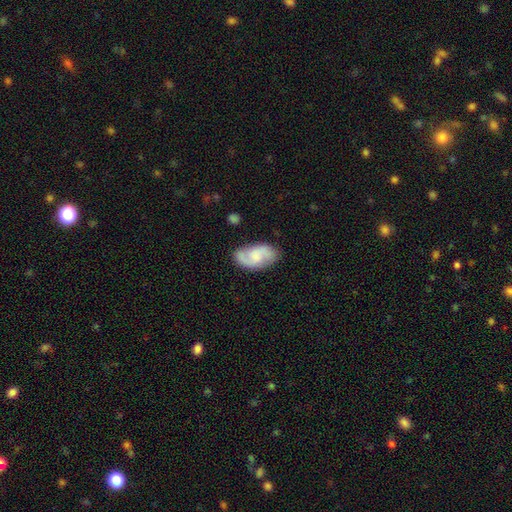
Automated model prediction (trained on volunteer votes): featured or disk 63%, smooth 30%, star or artifact 6%. Down the decision tree: edge-on disk — no (96%); bar — no (55%); spiral arms — yes (93%); spiral arm count — 2 (86%); spiral winding — medium (46%); bulge size — small (39%); merging — none (75%).